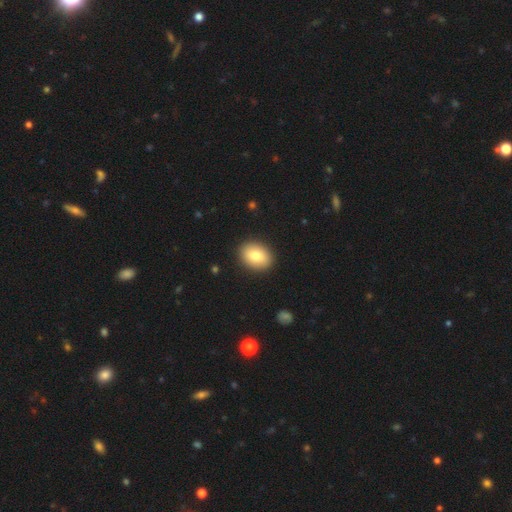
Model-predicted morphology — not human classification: Overall: smooth (82%). How rounded: in between (68%; round 30%). Merging: none (90%).